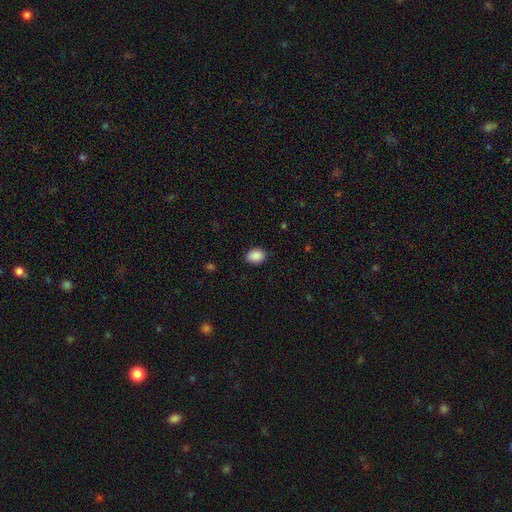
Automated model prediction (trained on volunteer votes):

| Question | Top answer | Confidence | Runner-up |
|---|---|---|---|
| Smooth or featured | smooth | 89% | star or artifact (8%) |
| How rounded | in between | 69% | round (30%) |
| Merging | none | 87% | minor disturbance (10%) |